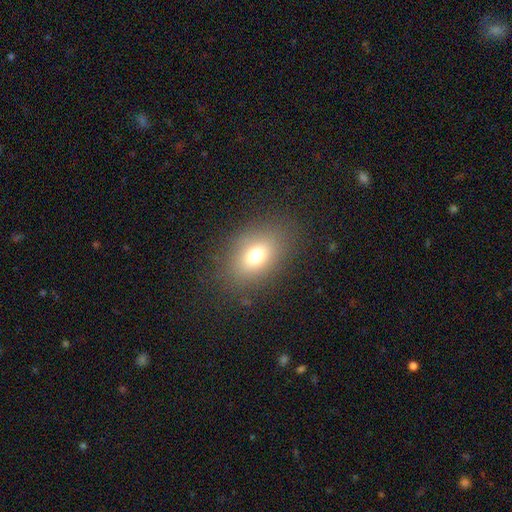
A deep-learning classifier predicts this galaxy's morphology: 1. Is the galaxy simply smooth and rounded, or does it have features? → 72% smooth, 14% star or artifact, 14% featured or disk.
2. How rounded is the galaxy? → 76% in between, 23% round, 2% cigar-shaped.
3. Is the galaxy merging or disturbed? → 83% none, 11% minor disturbance, 6% major disturbance, 1% merger.